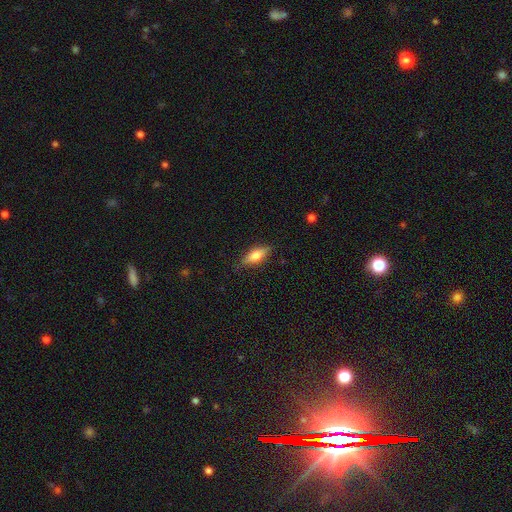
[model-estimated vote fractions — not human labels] Morphology: type=smooth (66%); roundness=in between (62%); merging=none (81%).